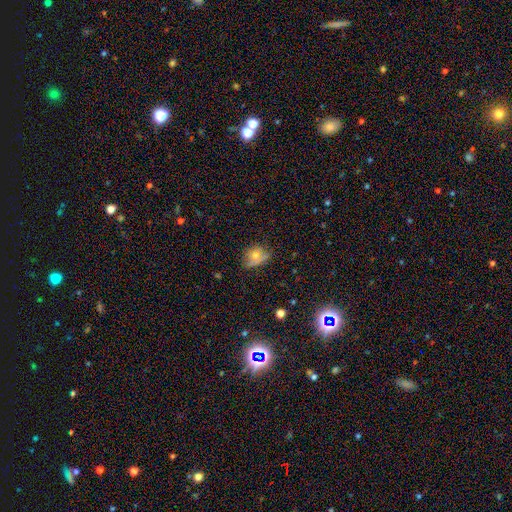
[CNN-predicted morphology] Smooth or featured: smooth — 59% (featured or disk — 23%)
How rounded: in between — 57% (round — 41%)
Merging: none — 50% (minor disturbance — 31%)